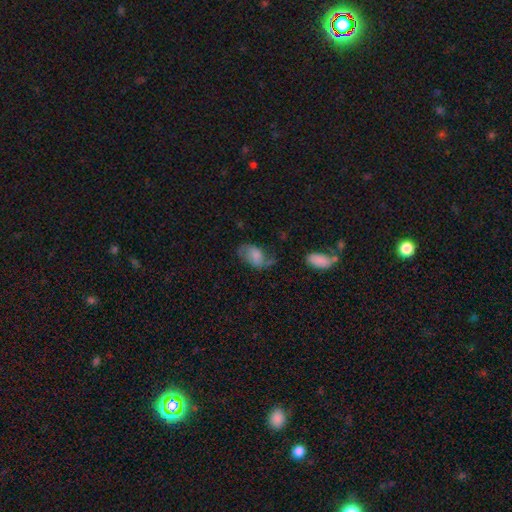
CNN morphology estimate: Smooth or featured?
  - smooth: 51% *
  - featured or disk: 40%
  - star or artifact: 9%
How rounded?
  - in between: 89% *
  - round: 9%
  - cigar-shaped: 2%
Merging?
  - none: 44% *
  - minor disturbance: 28%
  - major disturbance: 23%
  - merger: 5%